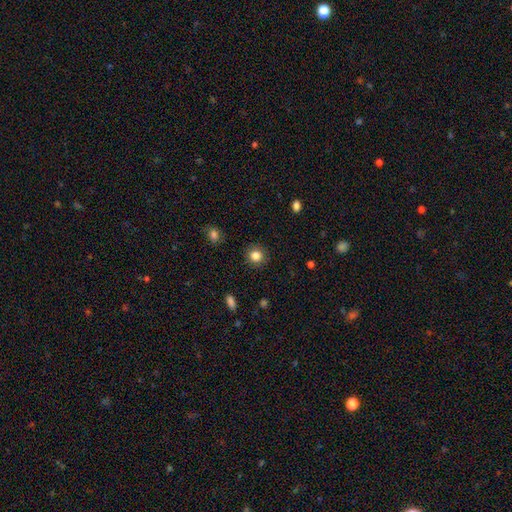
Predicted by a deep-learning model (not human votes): smooth_or_featured: smooth (p=0.84) [alt: star or artifact p=0.10]
how_rounded: round (p=0.90) [alt: in between p=0.09]
merging: none (p=0.90) [alt: minor disturbance p=0.07]